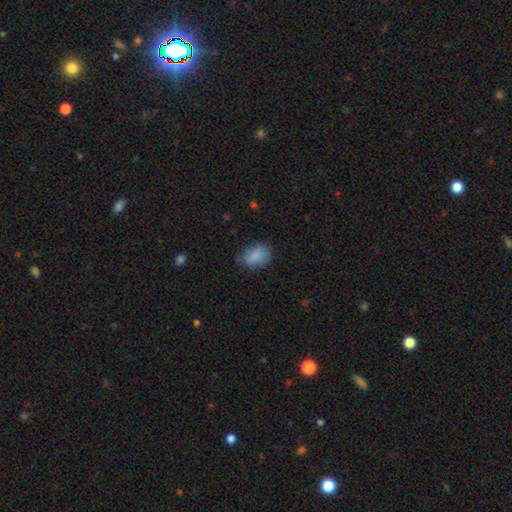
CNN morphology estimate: smooth-or-featured: smooth: 84% | star or artifact: 9% | featured or disk: 8%
  how-rounded: in between: 77% | round: 22% | cigar-shaped: 1%
  merging: none: 66% | minor disturbance: 25% | major disturbance: 7% | merger: 2%